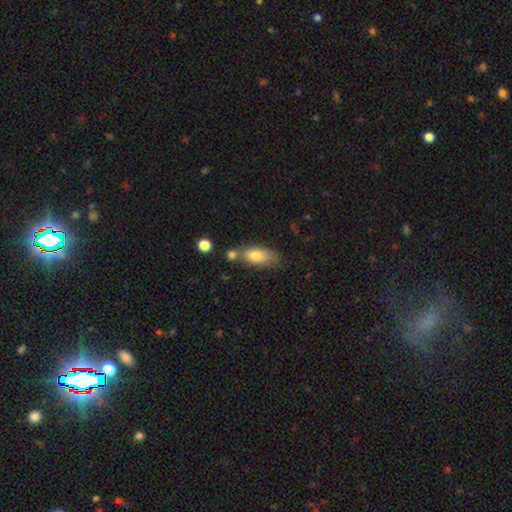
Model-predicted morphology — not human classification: Overall: smooth (78%). How rounded: in between (80%). Merging: none (49%; merger 25%).